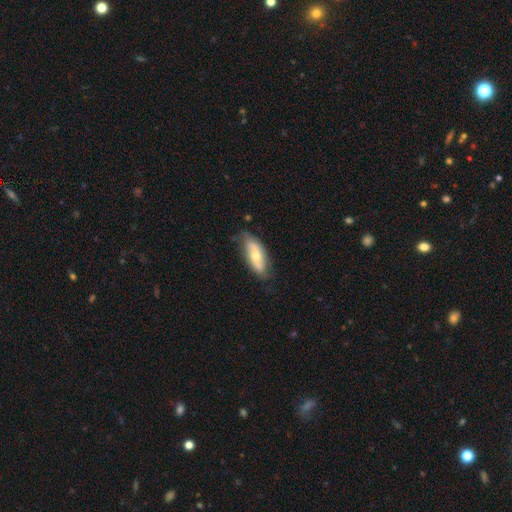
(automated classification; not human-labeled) Smooth or featured?
  - smooth: 50% *
  - featured or disk: 44%
  - star or artifact: 6%
How rounded?
  - in between: 80% *
  - cigar-shaped: 17%
  - round: 3%
Merging?
  - none: 70% *
  - minor disturbance: 23%
  - major disturbance: 5%
  - merger: 2%